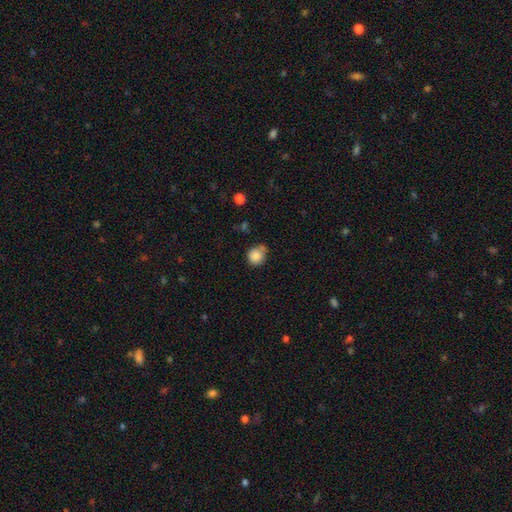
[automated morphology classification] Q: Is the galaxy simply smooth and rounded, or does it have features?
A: smooth — 86%.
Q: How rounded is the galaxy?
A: round — 86%.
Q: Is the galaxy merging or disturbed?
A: none — 60%.